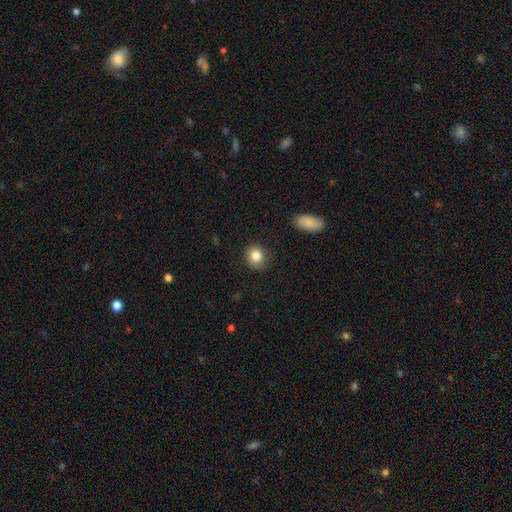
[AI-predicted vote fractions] The model was most divided on "how rounded": round: 81%, in between: 18%, cigar-shaped: 1%. More confident: merging — none (89%); smooth or featured — smooth (84%).